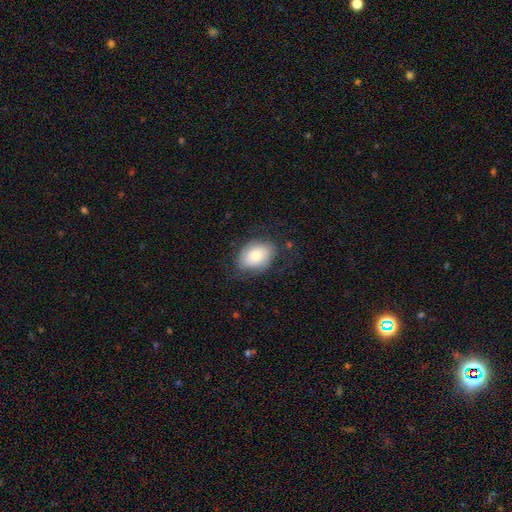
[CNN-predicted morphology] Smooth or featured: smooth — 65% (featured or disk — 28%)
How rounded: in between — 77% (round — 22%)
Merging: none — 66% (minor disturbance — 22%)